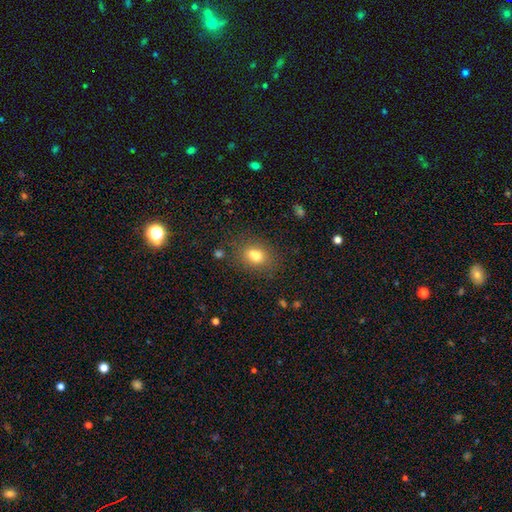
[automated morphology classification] The model was most divided on "how rounded": in between: 63%, round: 35%, cigar-shaped: 2%. More confident: smooth or featured — smooth (73%); merging — none (57%).